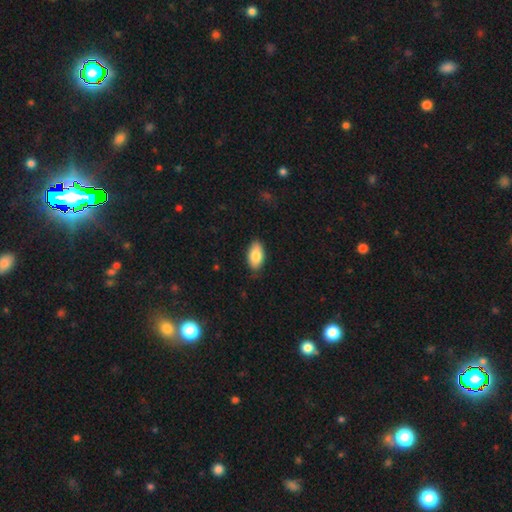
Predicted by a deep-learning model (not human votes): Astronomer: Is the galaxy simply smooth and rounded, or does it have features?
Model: smooth — 83%.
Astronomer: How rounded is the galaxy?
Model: in between — 94%.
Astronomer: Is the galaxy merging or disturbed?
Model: none — 81%.